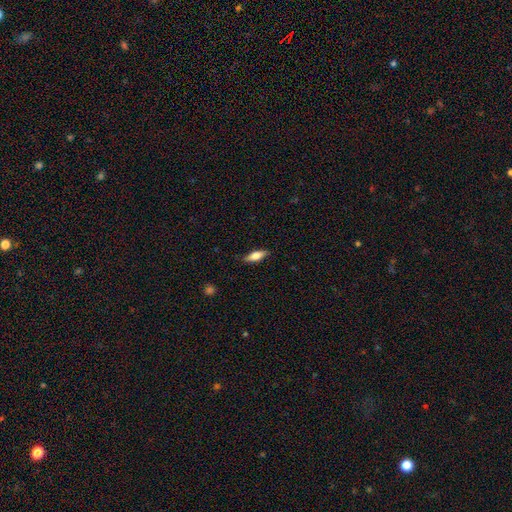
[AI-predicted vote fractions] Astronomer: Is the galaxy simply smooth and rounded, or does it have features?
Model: smooth — 66%.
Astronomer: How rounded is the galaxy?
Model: in between — 59% (runner-up: cigar-shaped, 38%).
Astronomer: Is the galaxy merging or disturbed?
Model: none — 84%.